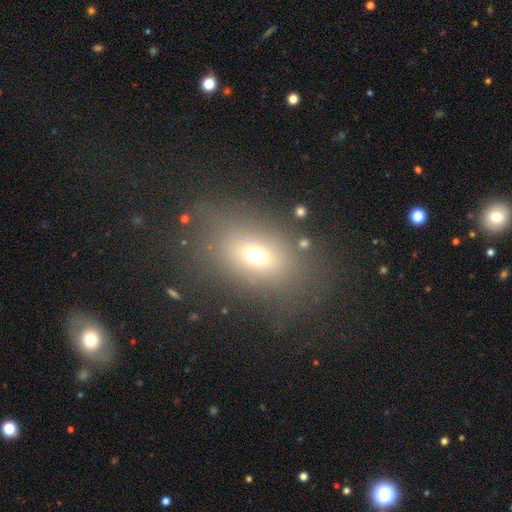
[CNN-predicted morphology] type=smooth (64%); roundness=in between (68%); merging=none (69%).